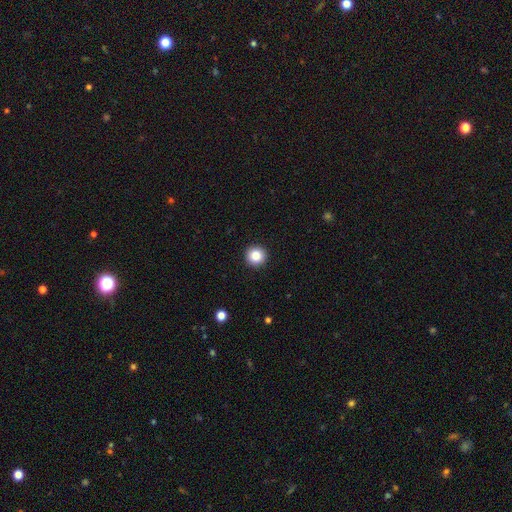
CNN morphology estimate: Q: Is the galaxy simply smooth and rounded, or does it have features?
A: smooth — 86%.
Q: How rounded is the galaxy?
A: round — 95%.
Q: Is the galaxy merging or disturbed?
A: none — 93%.